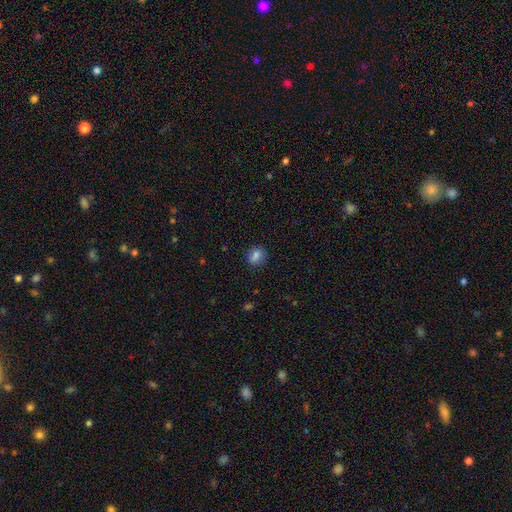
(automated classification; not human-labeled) Smooth or featured?
  - smooth: 83% *
  - star or artifact: 10%
  - featured or disk: 7%
How rounded?
  - in between: 49% *
  - round: 48%
  - cigar-shaped: 2%
Merging?
  - none: 85% *
  - minor disturbance: 11%
  - major disturbance: 3%
  - merger: 2%